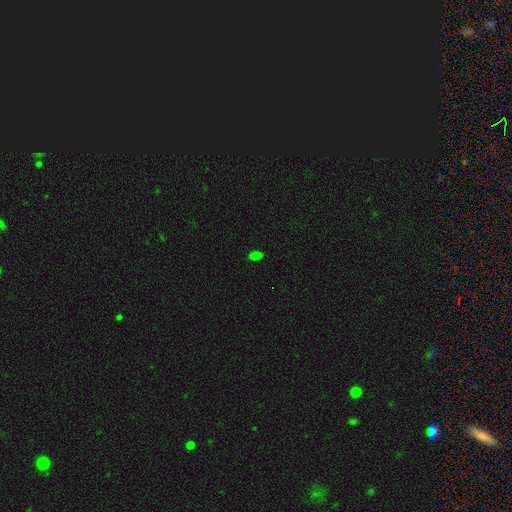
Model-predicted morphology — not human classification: smooth_or_featured: smooth (p=0.72) [alt: star or artifact p=0.23]
how_rounded: in between (p=0.89) [alt: round p=0.07]
merging: none (p=0.86) [alt: minor disturbance p=0.10]